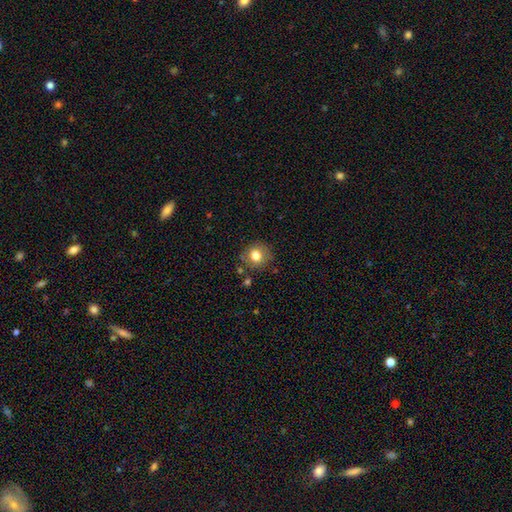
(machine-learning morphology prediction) Q: Smooth or featured?
A: smooth (79%); runner-up: star or artifact (11%)
Q: How rounded?
A: round (86%); runner-up: in between (13%)
Q: Merging?
A: none (82%); runner-up: minor disturbance (11%)